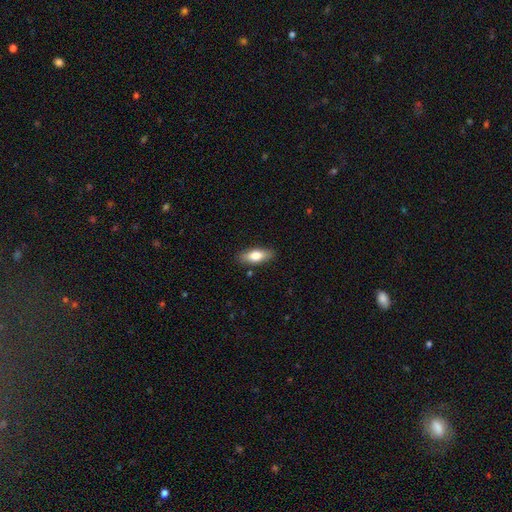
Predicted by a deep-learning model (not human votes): Overall: smooth (74%). How rounded: in between (74%). Merging: none (86%).